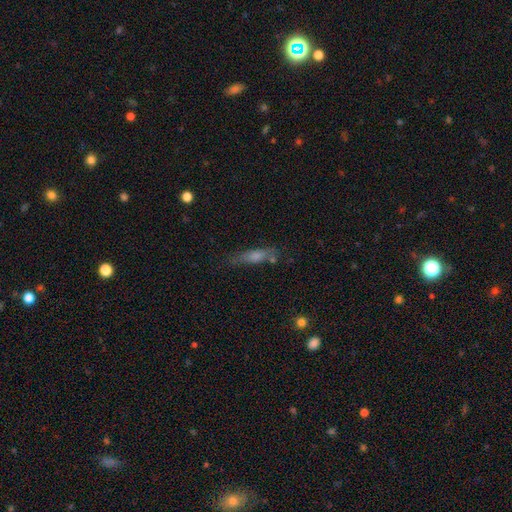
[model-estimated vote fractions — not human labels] Q: Smooth or featured?
A: smooth (52%); runner-up: featured or disk (34%)
Q: How rounded?
A: cigar-shaped (72%); runner-up: in between (25%)
Q: Merging?
A: none (70%); runner-up: minor disturbance (18%)